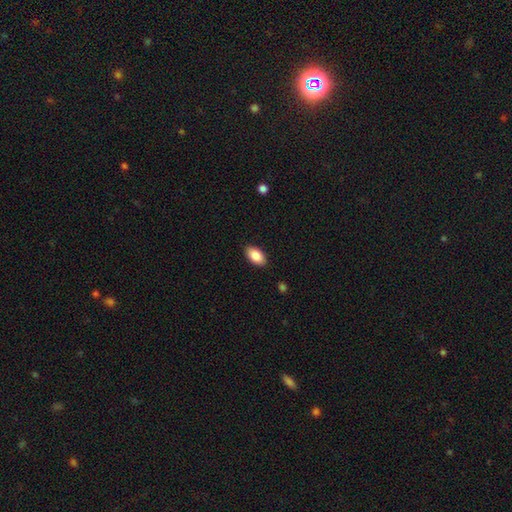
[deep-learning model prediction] Smooth or featured? Predicted: smooth (p=0.88). How rounded? Predicted: in between (p=0.94). Merging? Predicted: none (p=0.88).